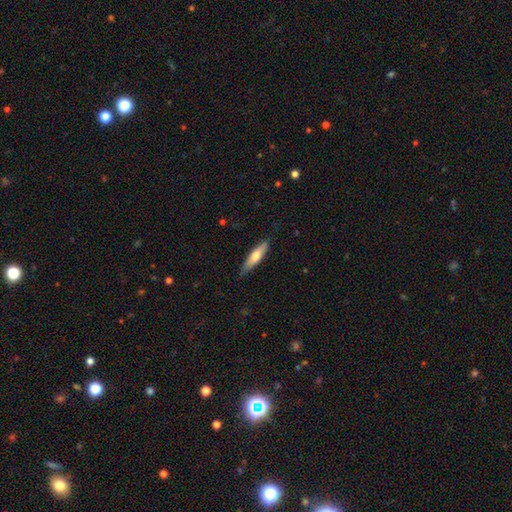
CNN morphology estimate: This appears to be a smooth galaxy with no disk features (57%) that is cigar-shaped (76%). Merging: none (82%).